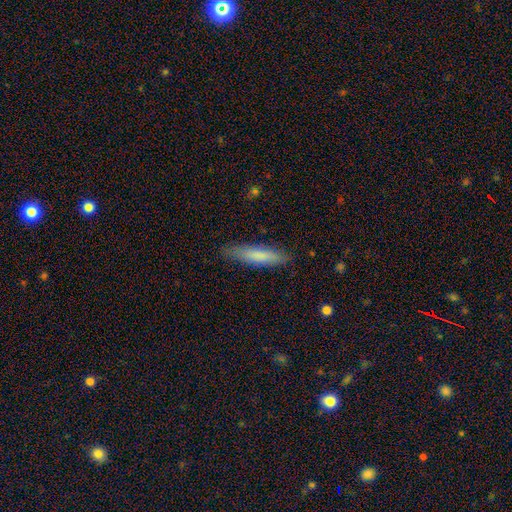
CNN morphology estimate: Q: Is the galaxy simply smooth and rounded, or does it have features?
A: smooth — 76%.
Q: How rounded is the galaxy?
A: cigar-shaped — 83%.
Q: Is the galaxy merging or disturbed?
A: none — 86%.